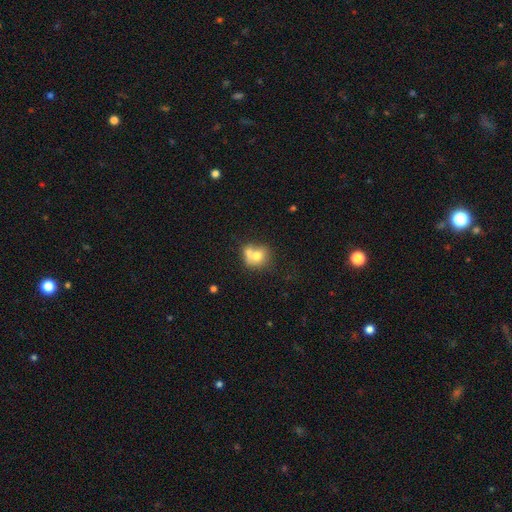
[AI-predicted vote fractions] The model was most divided on "merging": merger: 47%, none: 33%, minor disturbance: 13%, major disturbance: 7%. More confident: how rounded — round (70%); smooth or featured — smooth (70%).